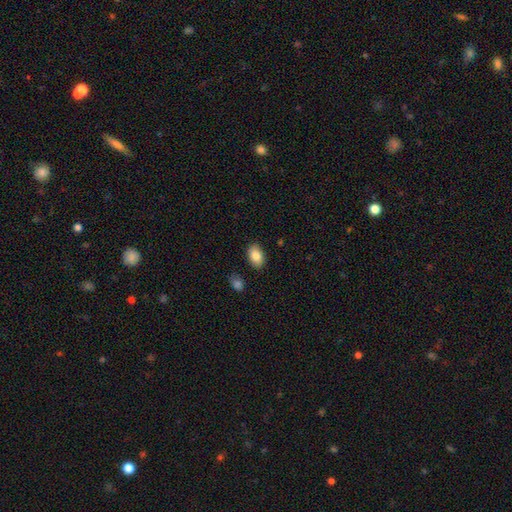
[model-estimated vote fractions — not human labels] Q: Smooth or featured?
A: smooth (85%); runner-up: featured or disk (8%)
Q: How rounded?
A: in between (90%); runner-up: round (9%)
Q: Merging?
A: none (87%); runner-up: minor disturbance (9%)